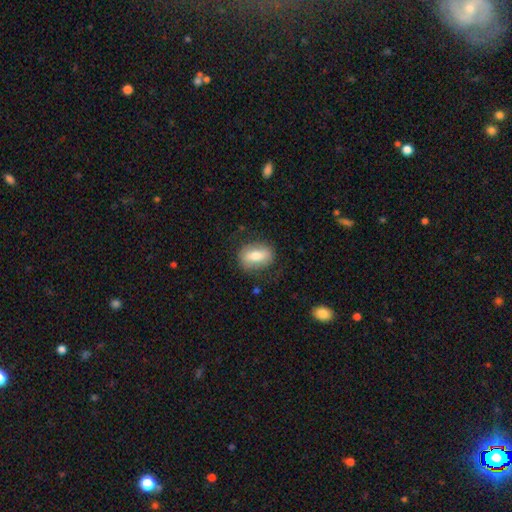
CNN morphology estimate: A smooth galaxy with no disk features (70%) that is in between round and cigar-shaped (77%).

Vote fractions:
- Smooth or featured? smooth: 70% / featured or disk: 24% / star or artifact: 7%
- How rounded? in between: 77% / round: 19% / cigar-shaped: 4%
- Merging? none: 78% / minor disturbance: 16% / major disturbance: 5% / merger: 1%